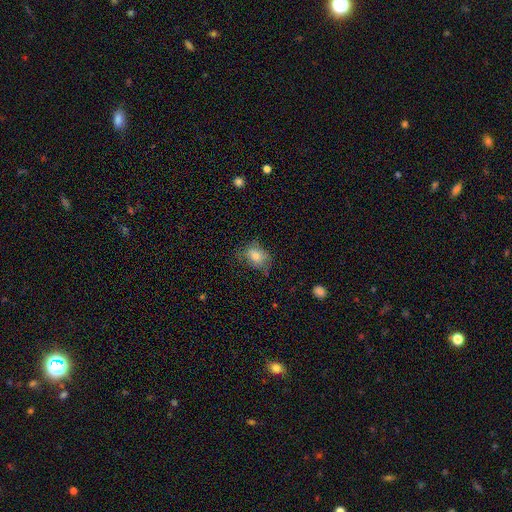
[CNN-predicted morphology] Q: Smooth or featured?
A: smooth (73%); runner-up: featured or disk (17%)
Q: How rounded?
A: in between (67%); runner-up: round (32%)
Q: Merging?
A: none (58%); runner-up: minor disturbance (28%)